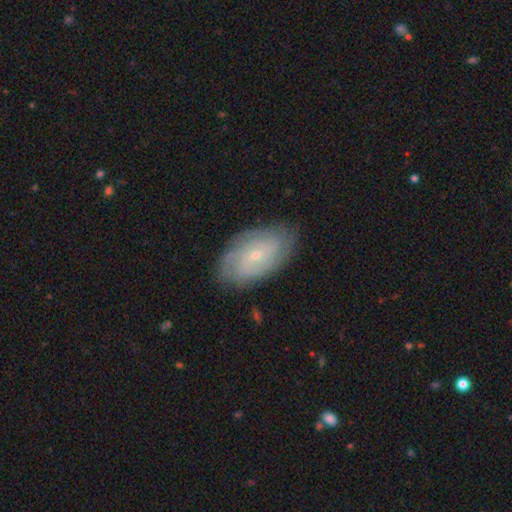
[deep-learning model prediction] Overall: featured or disk (71%). Edge-on disk: no (94%). Bar: no (66%; weak 28%). Spiral arms: yes (89%). Spiral arm count: can't tell (42%; 2 25%). Spiral winding: tight (63%; medium 28%). Bulge size: small (77%). Merging: none (81%).